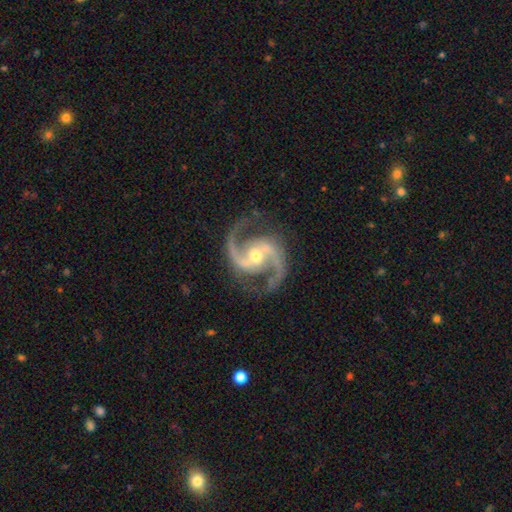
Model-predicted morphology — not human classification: smooth_or_featured: featured or disk (p=0.94) [alt: star or artifact p=0.04]
disk_edge_on: no (p=0.98) [alt: yes p=0.02]
bar: no (p=0.42) [alt: weak p=0.36]
has_spiral_arms: yes (p=0.99) [alt: no p=0.01]
spiral_winding: medium (p=0.69) [alt: loose p=0.16]
spiral_arm_count: 2 (p=0.94) [alt: 3 p=0.02]
bulge_size: moderate (p=0.54) [alt: small p=0.42]
merging: none (p=0.83) [alt: minor disturbance p=0.11]